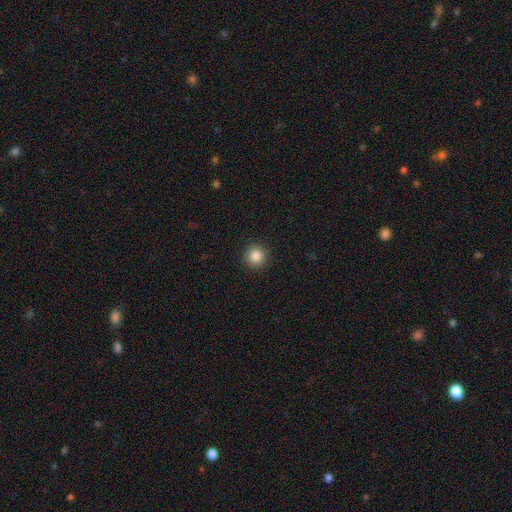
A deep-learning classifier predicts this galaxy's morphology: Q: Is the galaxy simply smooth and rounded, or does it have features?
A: smooth — 84%.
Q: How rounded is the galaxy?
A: round — 95%.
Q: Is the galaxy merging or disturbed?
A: none — 93%.